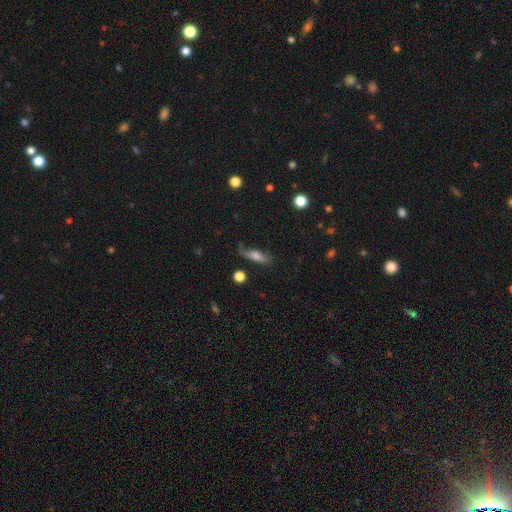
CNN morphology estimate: Smooth or featured?
  - smooth: 66% *
  - featured or disk: 25%
  - star or artifact: 9%
How rounded?
  - cigar-shaped: 54% *
  - in between: 43%
  - round: 4%
Merging?
  - none: 59% *
  - minor disturbance: 27%
  - major disturbance: 10%
  - merger: 3%